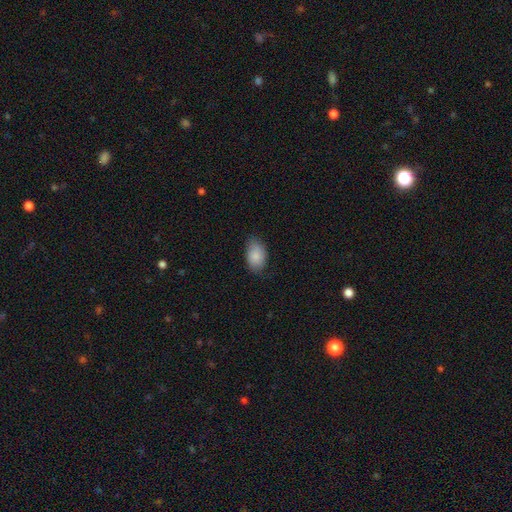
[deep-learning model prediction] Morphology: type=smooth (87%); roundness=in between (92%); merging=none (75%).